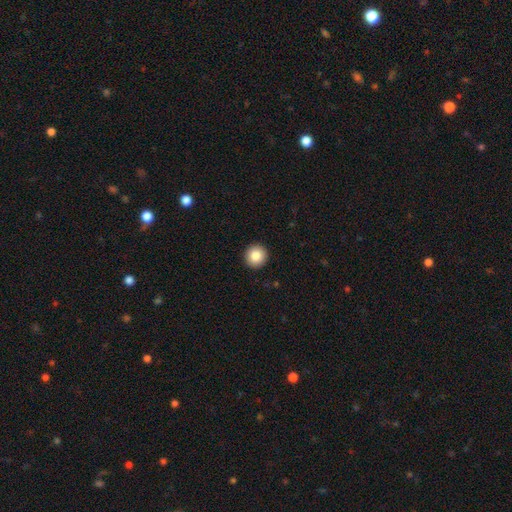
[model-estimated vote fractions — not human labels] Morphology: type=smooth (85%); roundness=round (94%); merging=none (93%).